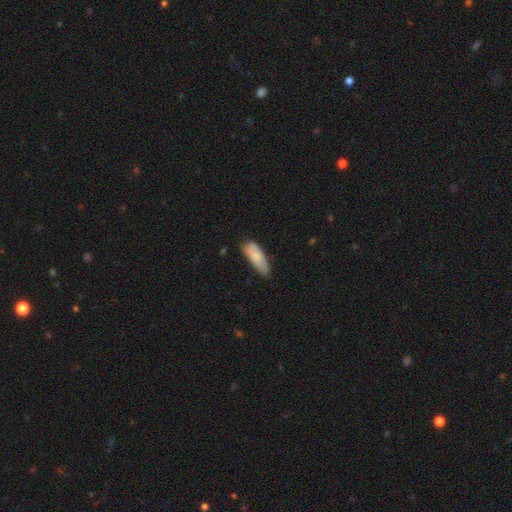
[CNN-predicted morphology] Smooth or featured?
  - smooth: 78% *
  - featured or disk: 16%
  - star or artifact: 6%
How rounded?
  - in between: 70% *
  - cigar-shaped: 28%
  - round: 2%
Merging?
  - none: 53% *
  - minor disturbance: 36%
  - major disturbance: 8%
  - merger: 3%